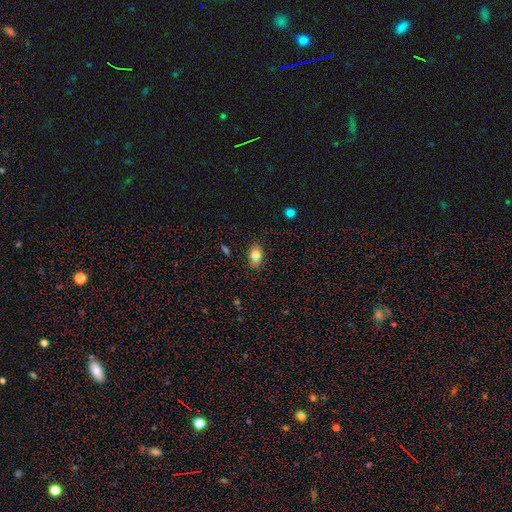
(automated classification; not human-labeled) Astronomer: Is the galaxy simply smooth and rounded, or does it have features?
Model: smooth — 79%.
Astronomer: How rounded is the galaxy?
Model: in between — 73%.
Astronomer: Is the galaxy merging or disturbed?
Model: none — 85%.